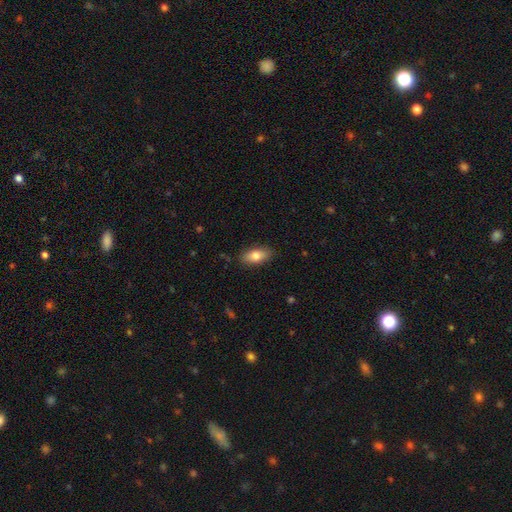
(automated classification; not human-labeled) Smooth or featured? Predicted: smooth (p=0.78). How rounded? Predicted: in between (p=0.87). Merging? Predicted: none (p=0.87).